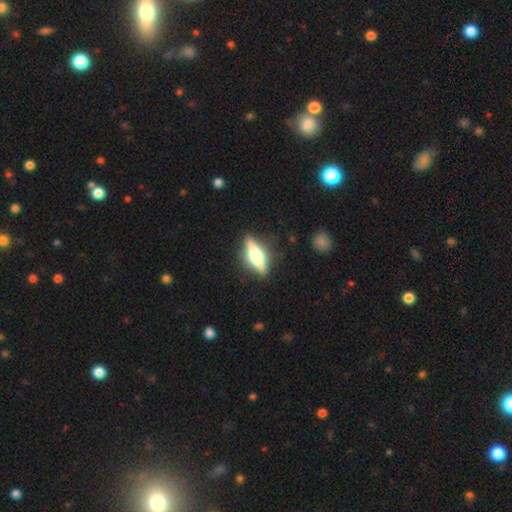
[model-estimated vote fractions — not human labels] This is likely a featured or disk galaxy (66%). It is clearly viewed edge-on (94%). Edge-on bulge: clearly rounded (92%). Merging: clearly none (87%).